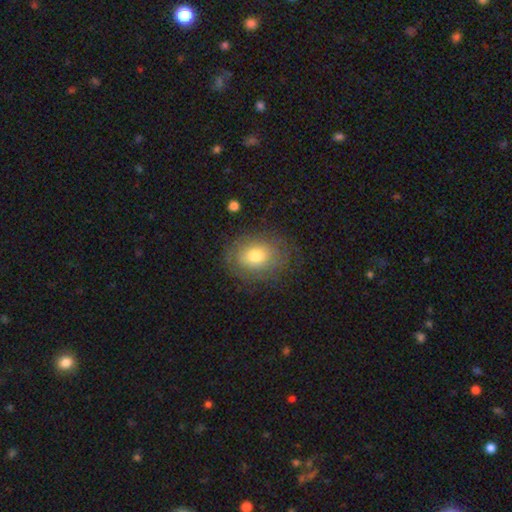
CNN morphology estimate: This is likely a smooth galaxy (61%). How rounded: likely in between (60%). Merging: likely none (75%).